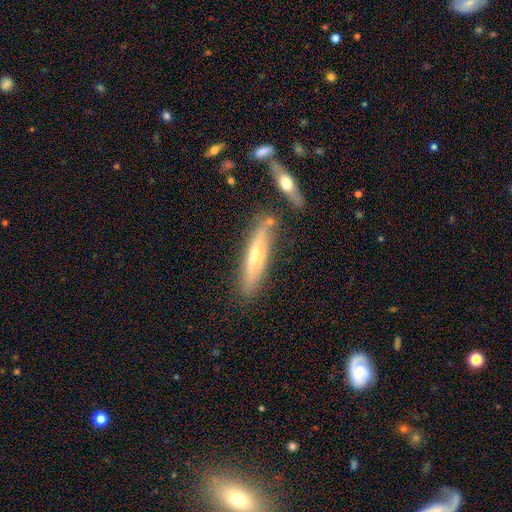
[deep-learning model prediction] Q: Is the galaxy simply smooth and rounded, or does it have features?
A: featured or disk — 57%.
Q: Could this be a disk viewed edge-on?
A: yes — 82%.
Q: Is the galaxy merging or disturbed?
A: none — 77%.